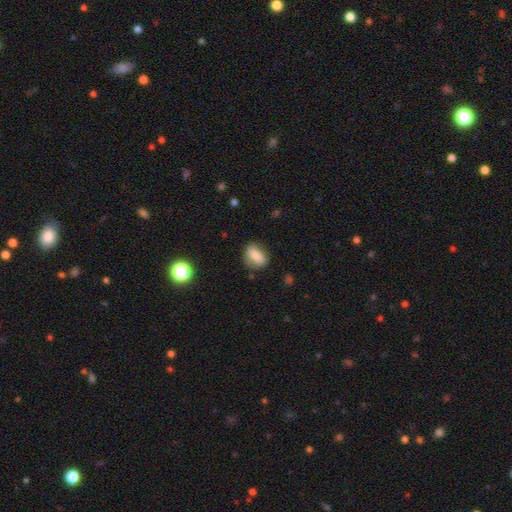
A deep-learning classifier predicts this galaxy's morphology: Smooth or featured? smooth (78%)
How rounded? in between (77%)
Merging? none (73%)